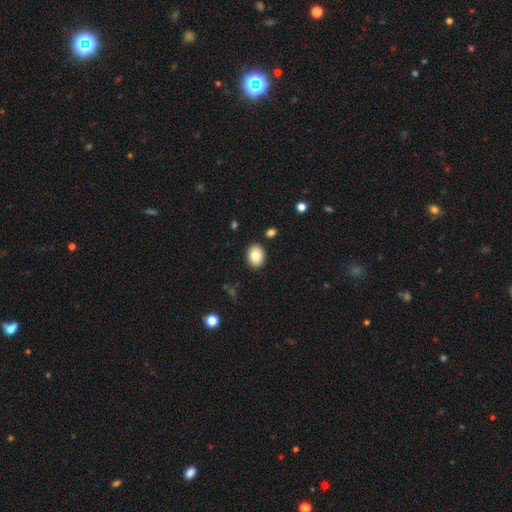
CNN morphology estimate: Q: Smooth or featured?
A: smooth (82%); runner-up: featured or disk (10%)
Q: How rounded?
A: in between (65%); runner-up: round (34%)
Q: Merging?
A: none (88%); runner-up: minor disturbance (8%)